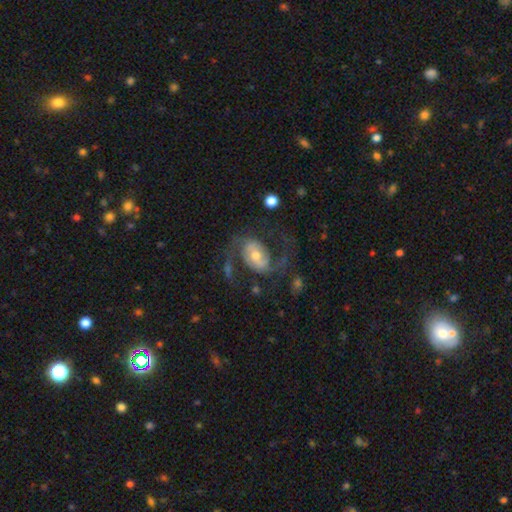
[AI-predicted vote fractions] Q: Smooth or featured?
A: featured or disk (83%); runner-up: smooth (11%)
Q: Edge-on disk?
A: no (97%); runner-up: yes (3%)
Q: Bar?
A: weak (41%); runner-up: no (35%)
Q: Spiral arms?
A: yes (94%); runner-up: no (6%)
Q: Spiral winding?
A: medium (45%); runner-up: loose (44%)
Q: Spiral arm count?
A: 2 (91%); runner-up: can't tell (3%)
Q: Bulge size?
A: moderate (60%); runner-up: small (30%)
Q: Merging?
A: none (63%); runner-up: major disturbance (20%)